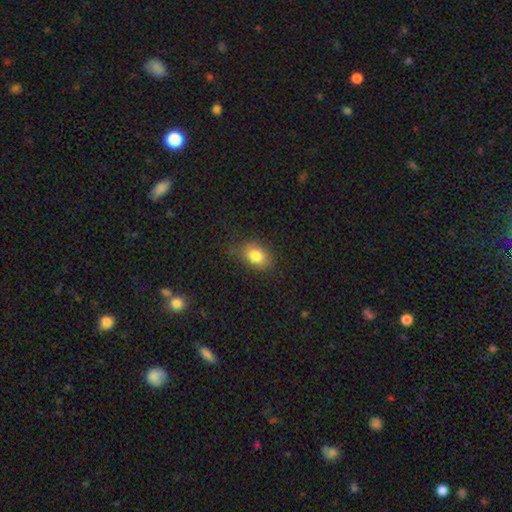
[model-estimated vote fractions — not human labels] Overall: smooth (83%). How rounded: in between (79%). Merging: none (67%).